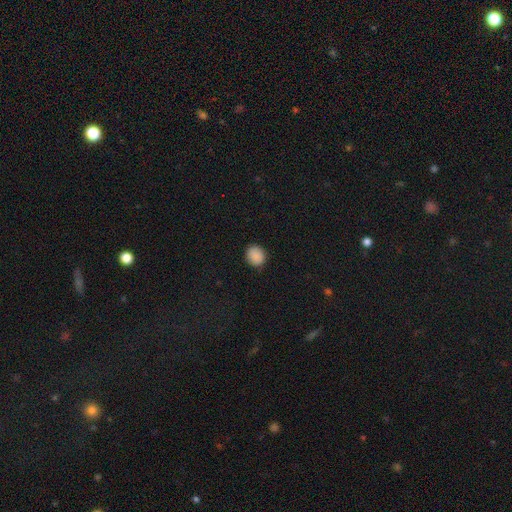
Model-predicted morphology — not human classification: A smooth galaxy with no disk features (89%) that is round (73%). Merging: none (88%).